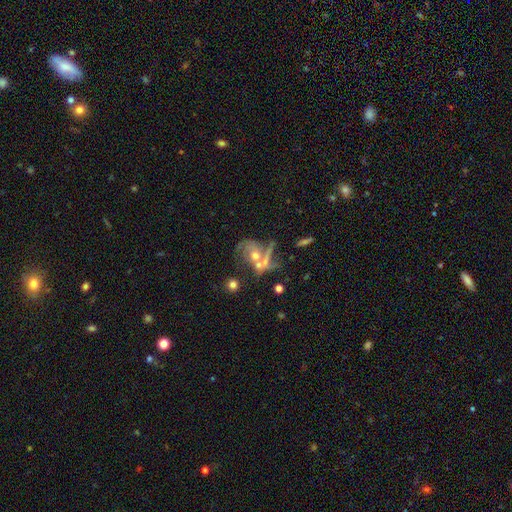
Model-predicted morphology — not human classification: featured or disk 68%, smooth 21%, star or artifact 12%. Down the decision tree: edge-on disk — no (93%); bar — no (71%); spiral arms — yes (78%); bulge size — moderate (61%); merging — merger (35%).